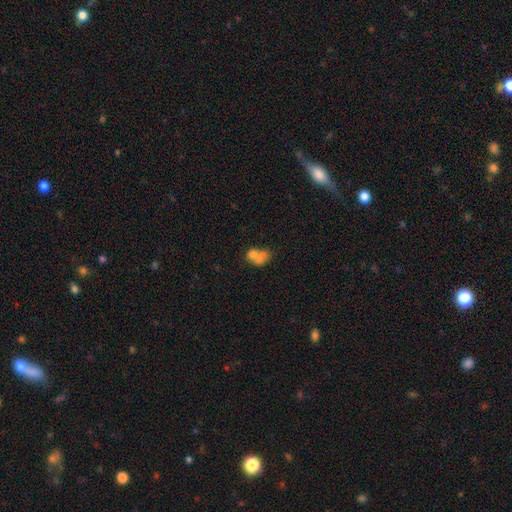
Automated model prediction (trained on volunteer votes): Smooth or featured? Predicted: smooth (p=0.65). How rounded? Predicted: in between (p=0.51). Merging? Predicted: merger (p=0.61).